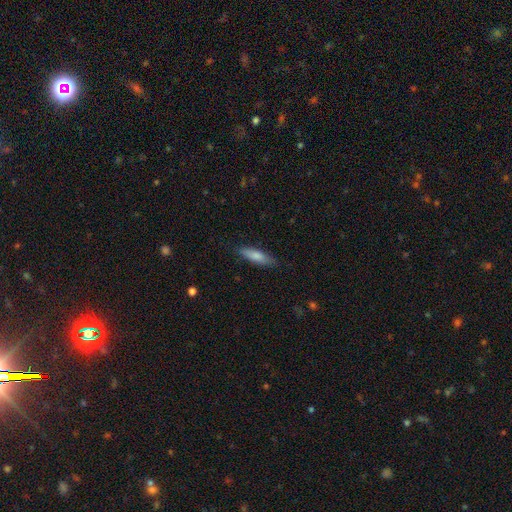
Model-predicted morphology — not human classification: Q: Smooth or featured?
A: smooth (78%); runner-up: featured or disk (16%)
Q: How rounded?
A: cigar-shaped (61%); runner-up: in between (37%)
Q: Merging?
A: none (81%); runner-up: minor disturbance (15%)